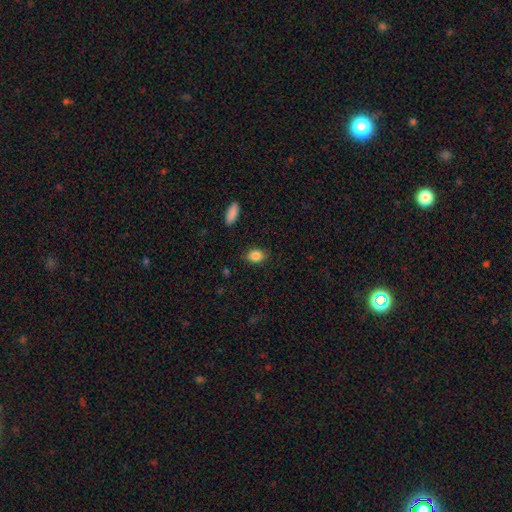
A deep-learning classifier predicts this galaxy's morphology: Smooth or featured: smooth — 86% (star or artifact — 9%)
How rounded: in between — 73% (round — 26%)
Merging: none — 85% (minor disturbance — 11%)